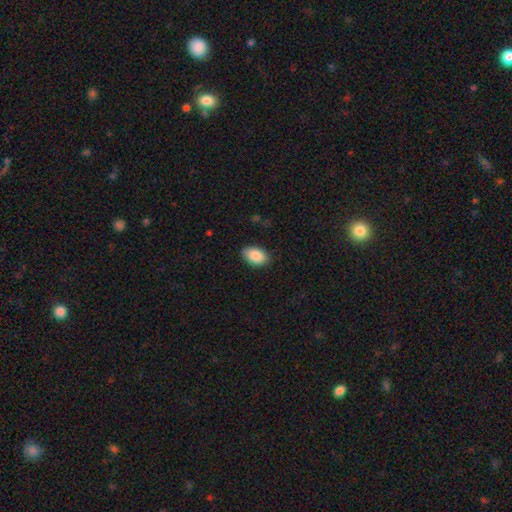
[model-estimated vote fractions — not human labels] smooth_or_featured: smooth (p=0.89) [alt: star or artifact p=0.07]
how_rounded: in between (p=0.91) [alt: round p=0.08]
merging: none (p=0.85) [alt: minor disturbance p=0.12]